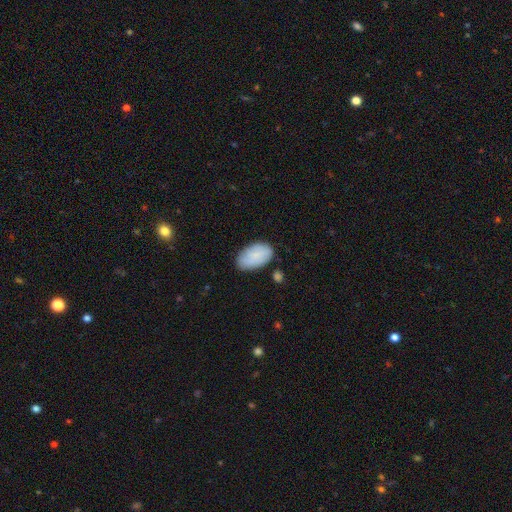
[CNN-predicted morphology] Smooth or featured?
  - smooth: 82% *
  - featured or disk: 12%
  - star or artifact: 6%
How rounded?
  - in between: 94% *
  - round: 4%
  - cigar-shaped: 1%
Merging?
  - none: 76% *
  - minor disturbance: 17%
  - major disturbance: 3%
  - merger: 3%